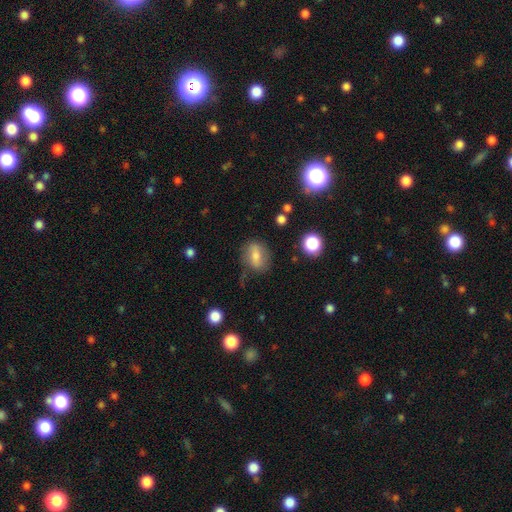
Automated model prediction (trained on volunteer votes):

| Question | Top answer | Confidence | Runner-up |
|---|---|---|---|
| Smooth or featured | smooth | 65% | featured or disk (25%) |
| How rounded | in between | 67% | round (27%) |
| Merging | none | 72% | minor disturbance (18%) |